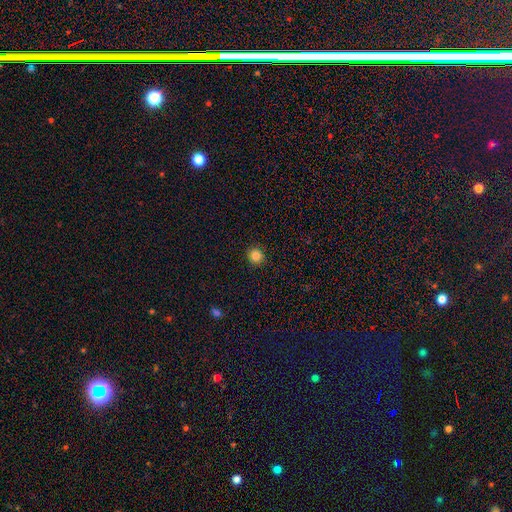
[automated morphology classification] smooth_or_featured: smooth (p=0.84) [alt: star or artifact p=0.12]
how_rounded: round (p=0.91) [alt: in between p=0.08]
merging: none (p=0.92) [alt: minor disturbance p=0.06]